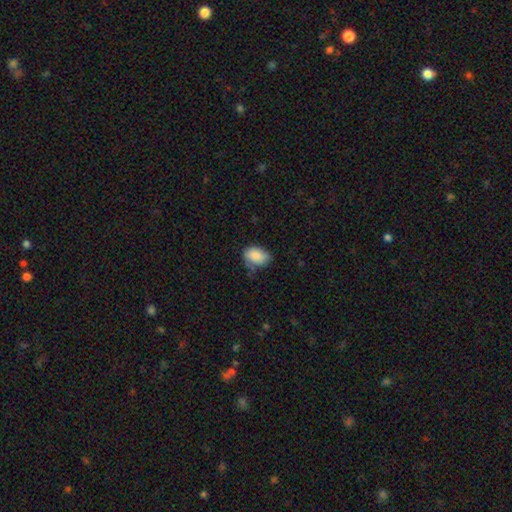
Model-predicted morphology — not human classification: smooth_or_featured: smooth (p=0.85) [alt: star or artifact p=0.08]
how_rounded: in between (p=0.83) [alt: round p=0.16]
merging: none (p=0.59) [alt: minor disturbance p=0.31]